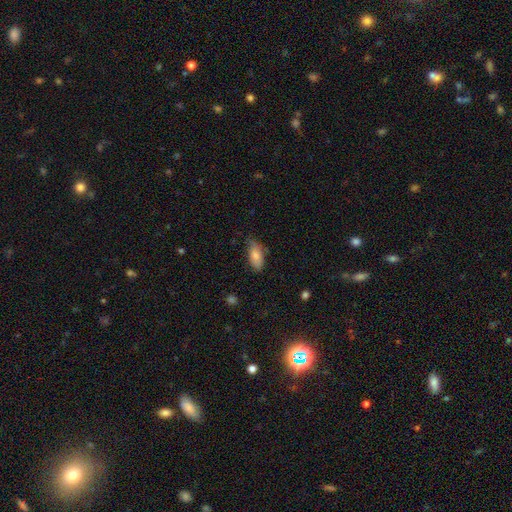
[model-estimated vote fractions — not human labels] Overall: smooth (80%). How rounded: in between (88%). Merging: none (61%; minor disturbance 31%).